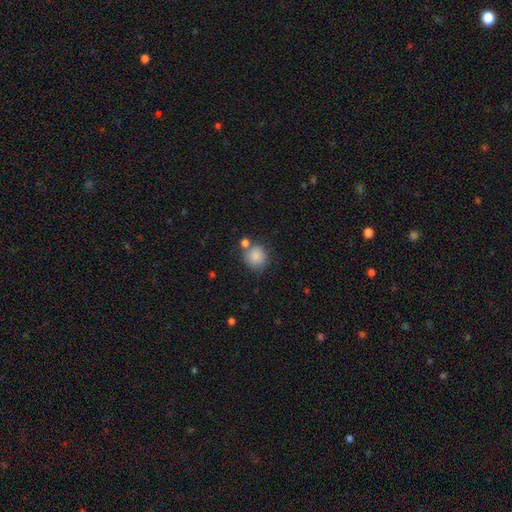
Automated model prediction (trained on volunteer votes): This is clearly a smooth galaxy (86%). How rounded: clearly round (85%). Merging: likely none (67%).